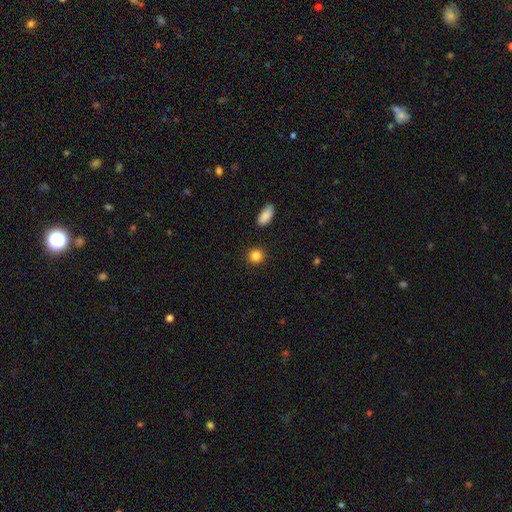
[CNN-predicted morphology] Smooth or featured?
  - smooth: 86% *
  - star or artifact: 9%
  - featured or disk: 4%
How rounded?
  - round: 87% *
  - in between: 11%
  - cigar-shaped: 1%
Merging?
  - none: 90% *
  - minor disturbance: 6%
  - major disturbance: 2%
  - merger: 2%